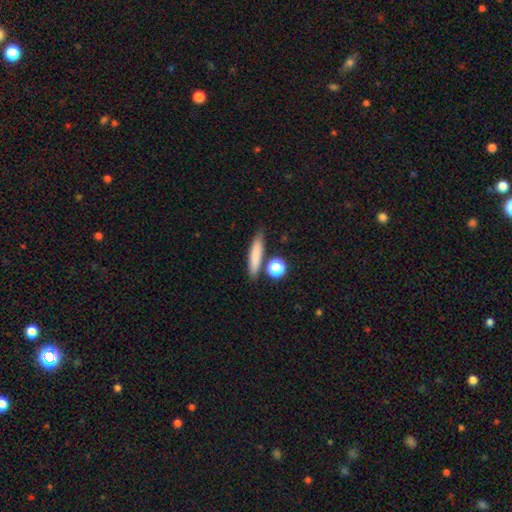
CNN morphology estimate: smooth 79%, featured or disk 13%, star or artifact 8%. Down the decision tree: how rounded — cigar-shaped (74%); merging — none (76%).